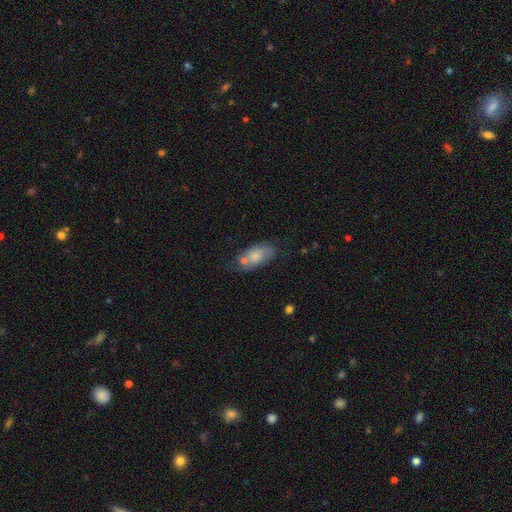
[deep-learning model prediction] A smooth galaxy with no disk features (68%) that is in between round and cigar-shaped (89%). Merging: none (46%).